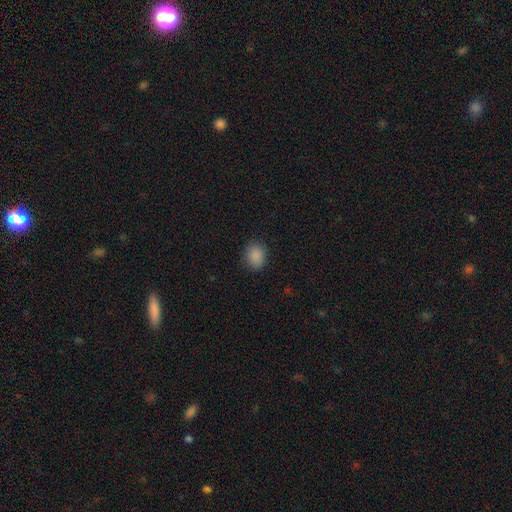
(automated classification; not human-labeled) The model was most divided on "how rounded": round: 54%, in between: 45%, cigar-shaped: 1%. More confident: smooth or featured — smooth (87%); merging — none (84%).